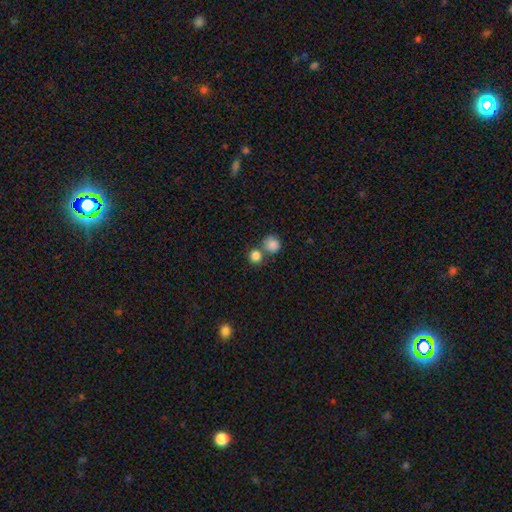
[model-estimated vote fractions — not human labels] Smooth or featured: smooth — 84% (star or artifact — 11%)
How rounded: round — 89% (in between — 10%)
Merging: none — 58% (merger — 32%)